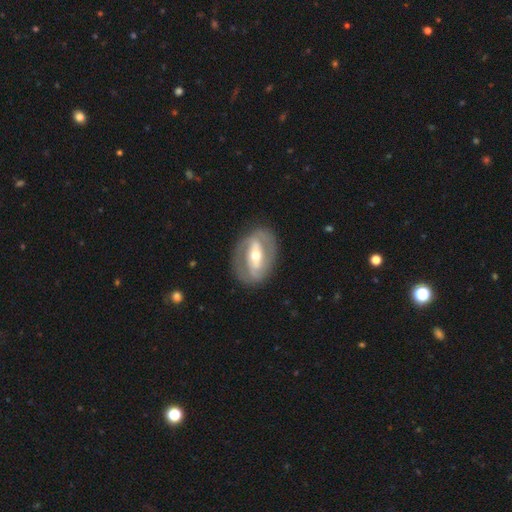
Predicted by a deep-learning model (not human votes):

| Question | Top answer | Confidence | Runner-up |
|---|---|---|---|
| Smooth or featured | featured or disk | 80% | smooth (15%) |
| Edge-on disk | no | 94% | yes (6%) |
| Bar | strong | 58% | weak (26%) |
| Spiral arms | yes | 72% | no (28%) |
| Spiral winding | tight | 45% | medium (38%) |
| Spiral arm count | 2 | 81% | can't tell (11%) |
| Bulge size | moderate | 65% | small (28%) |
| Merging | none | 81% | minor disturbance (12%) |